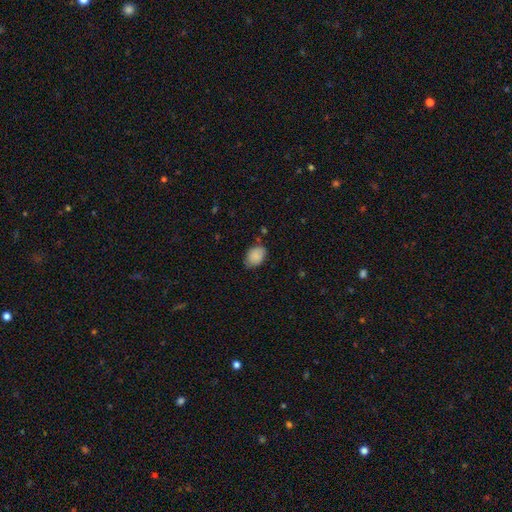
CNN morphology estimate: Smooth or featured: smooth — 85% (featured or disk — 8%)
How rounded: in between — 76% (round — 23%)
Merging: none — 72% (minor disturbance — 22%)